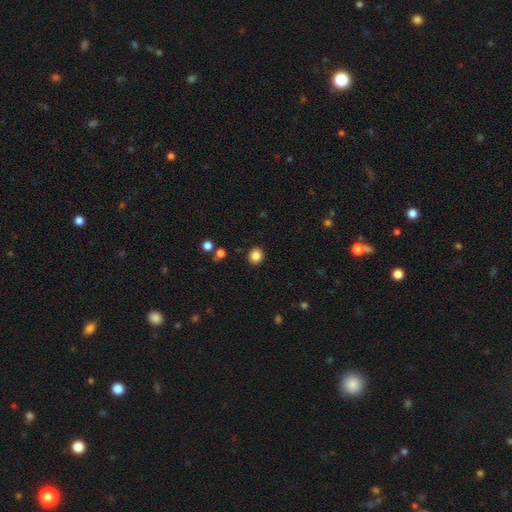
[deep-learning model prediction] smooth-or-featured: smooth: 85% | star or artifact: 11% | featured or disk: 4%
  how-rounded: round: 86% | in between: 13% | cigar-shaped: 1%
  merging: none: 91% | minor disturbance: 5% | major disturbance: 2% | merger: 2%